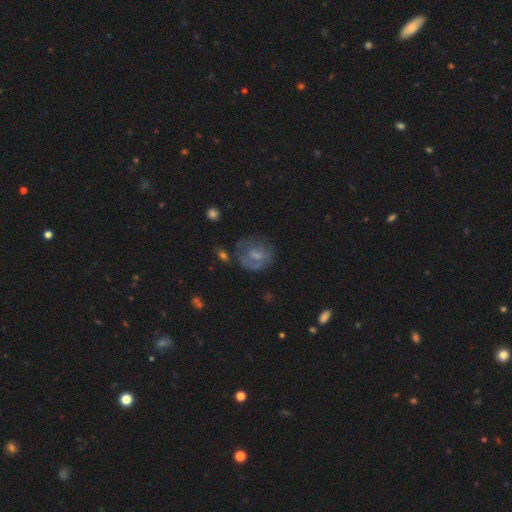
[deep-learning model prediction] Q: Smooth or featured?
A: featured or disk (47%); runner-up: smooth (43%)
Q: Merging?
A: none (52%); runner-up: minor disturbance (25%)